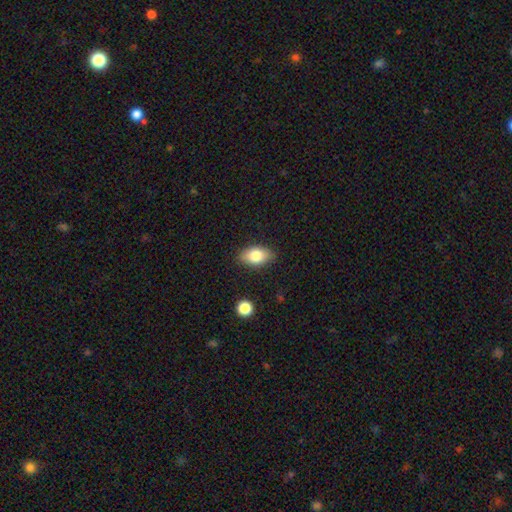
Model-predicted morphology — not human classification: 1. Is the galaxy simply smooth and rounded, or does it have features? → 80% smooth, 13% featured or disk, 7% star or artifact.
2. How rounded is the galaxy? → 90% in between, 7% round, 3% cigar-shaped.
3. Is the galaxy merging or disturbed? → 85% none, 11% minor disturbance, 2% major disturbance, 1% merger.